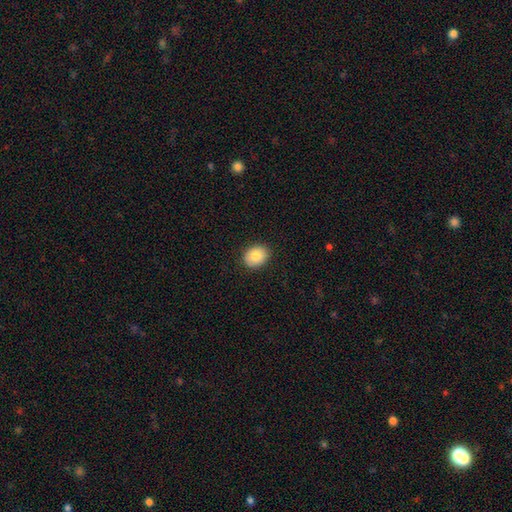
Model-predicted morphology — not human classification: smooth_or_featured: smooth (p=0.86) [alt: star or artifact p=0.07]
how_rounded: in between (p=0.50) [tied with: round p=0.50]
merging: none (p=0.89) [alt: minor disturbance p=0.08]